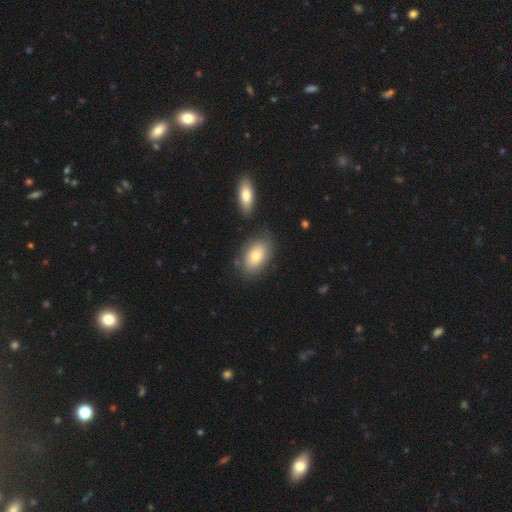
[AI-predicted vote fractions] smooth-or-featured: smooth: 73% | featured or disk: 20% | star or artifact: 7%
  how-rounded: in between: 90% | round: 8% | cigar-shaped: 2%
  merging: none: 72% | minor disturbance: 15% | merger: 9% | major disturbance: 4%